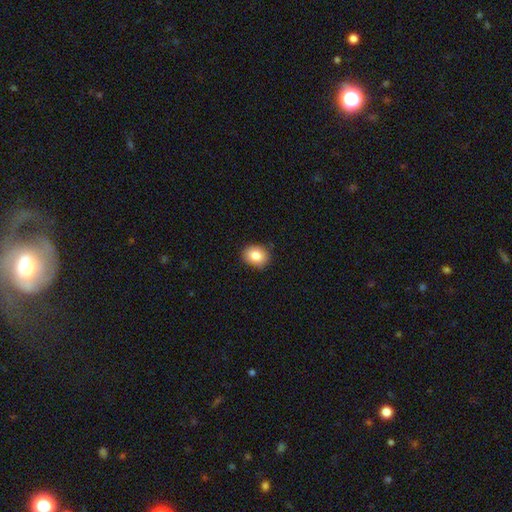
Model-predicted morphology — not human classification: A smooth galaxy with no disk features (84%) that is round (55%).

Vote fractions:
- Smooth or featured? smooth: 84% / star or artifact: 9% / featured or disk: 8%
- How rounded? round: 55% / in between: 44% / cigar-shaped: 1%
- Merging? none: 85% / minor disturbance: 12% / major disturbance: 2% / merger: 1%